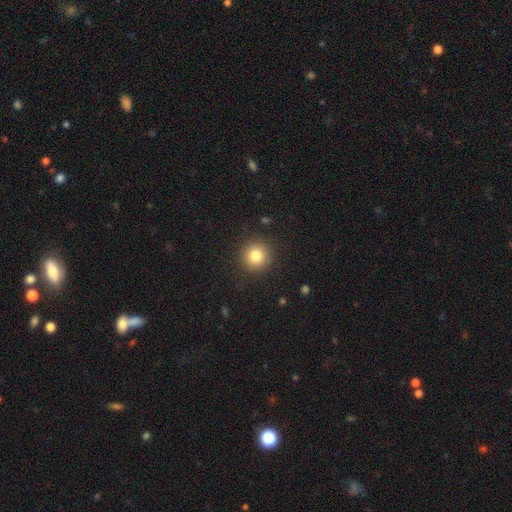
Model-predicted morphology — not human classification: smooth 81%, star or artifact 11%, featured or disk 7%. Down the decision tree: how rounded — round (94%); merging — none (90%).